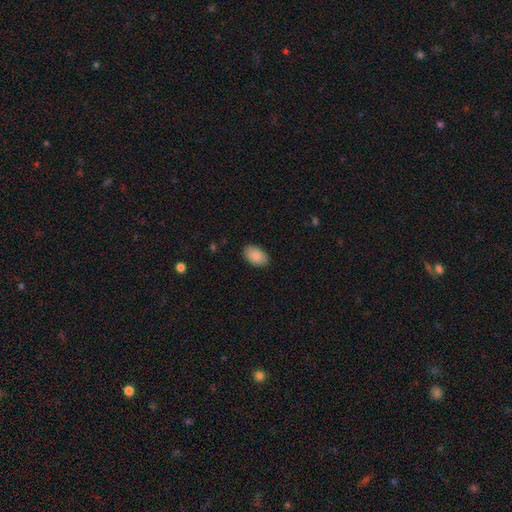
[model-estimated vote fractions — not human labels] Morphology: type=smooth (89%); roundness=in between (92%); merging=none (88%).